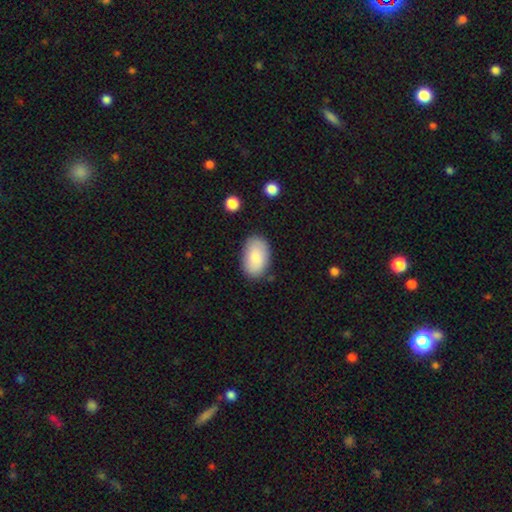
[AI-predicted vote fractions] Morphology: type=smooth (84%); roundness=in between (93%); merging=none (83%).